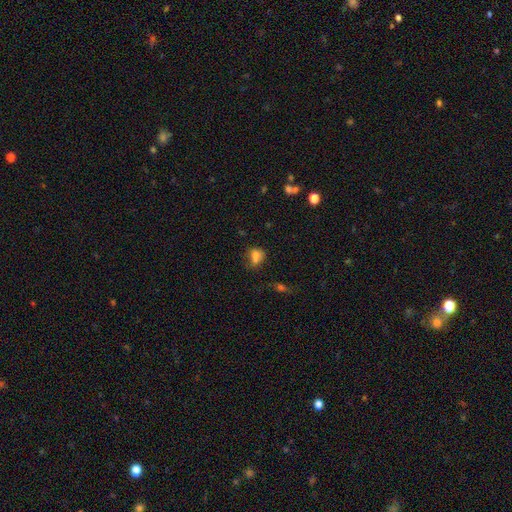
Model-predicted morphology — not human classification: Q: Smooth or featured?
A: smooth (71%); runner-up: featured or disk (15%)
Q: How rounded?
A: round (57%); runner-up: in between (42%)
Q: Merging?
A: merger (39%); runner-up: none (36%)